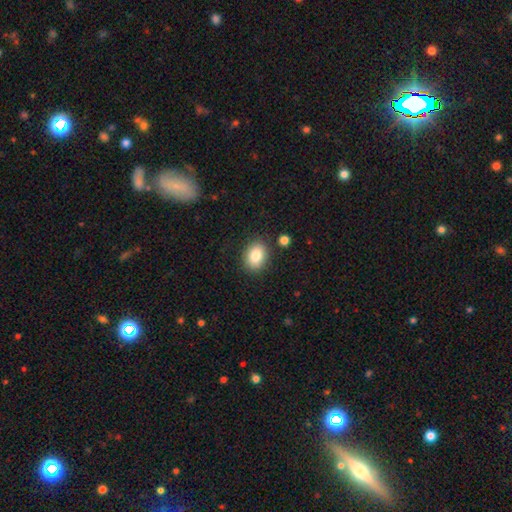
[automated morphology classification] Smooth or featured? smooth (84%)
How rounded? in between (67%)
Merging? none (84%)